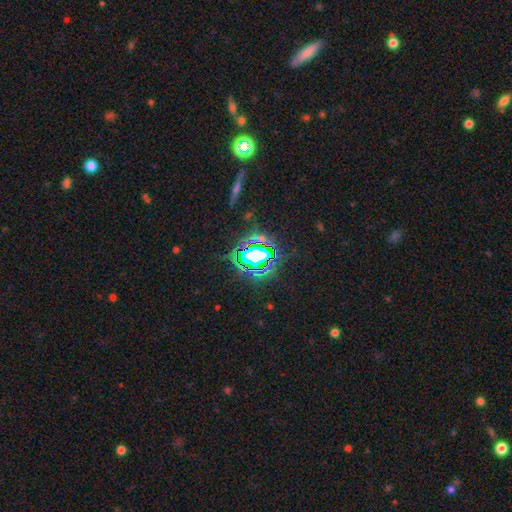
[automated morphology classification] This is likely a star or artifact rather than a galaxy (72%).